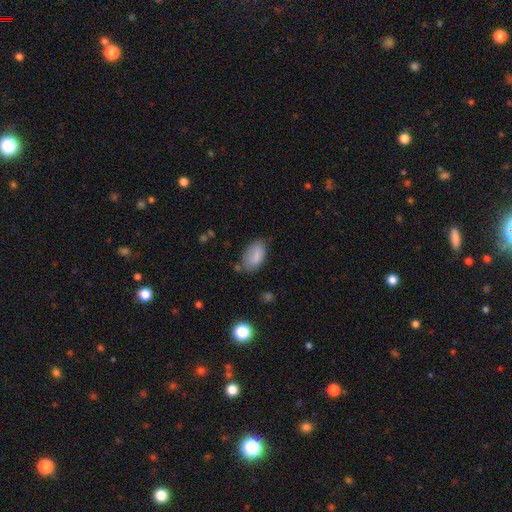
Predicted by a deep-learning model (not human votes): smooth 83%, featured or disk 9%, star or artifact 8%. Down the decision tree: how rounded — in between (93%); merging — none (68%).